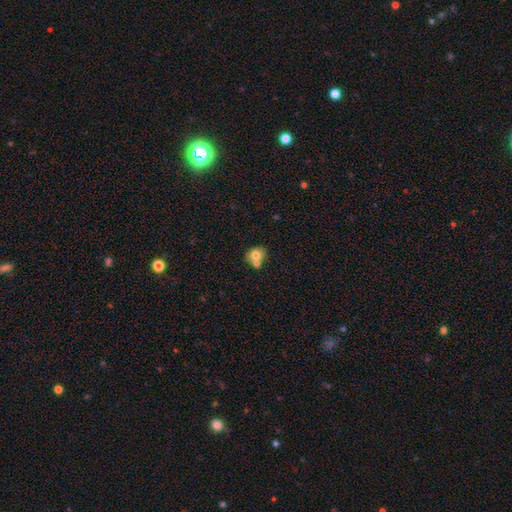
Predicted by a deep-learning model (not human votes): Smooth or featured?
  - smooth: 73% *
  - featured or disk: 18%
  - star or artifact: 10%
How rounded?
  - round: 64% *
  - in between: 35%
  - cigar-shaped: 1%
Merging?
  - merger: 44% *
  - none: 43%
  - minor disturbance: 10%
  - major disturbance: 3%